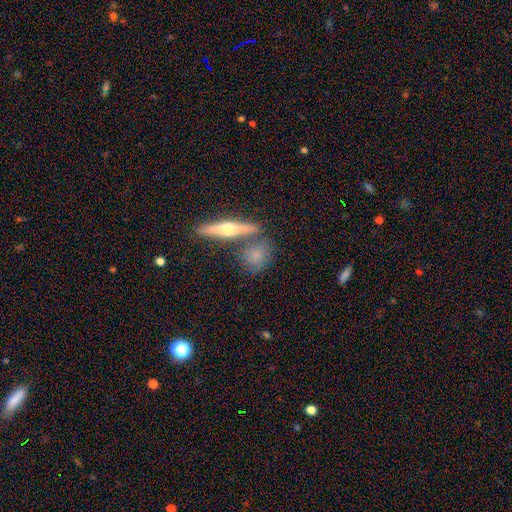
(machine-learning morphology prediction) type=smooth (60%); roundness=round (49%); merging=none (68%).